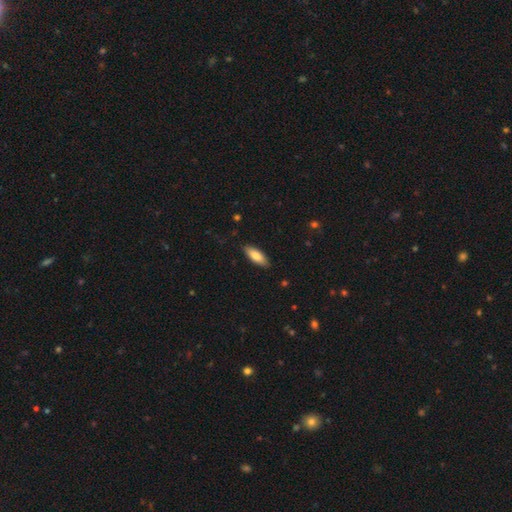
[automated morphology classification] smooth 80%, featured or disk 14%, star or artifact 6%. Down the decision tree: how rounded — in between (67%); merging — none (87%).